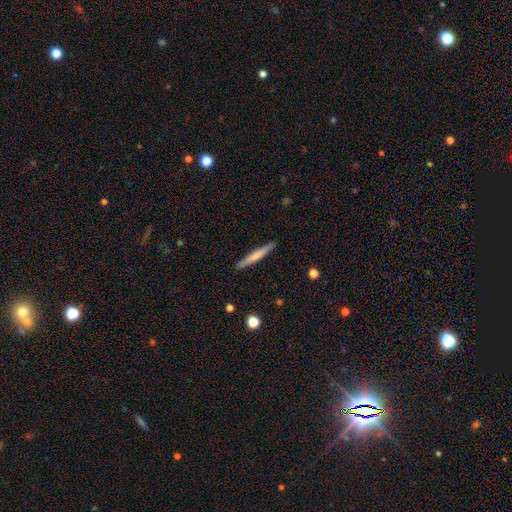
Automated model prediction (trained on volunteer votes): A smooth galaxy with no disk features (57%) that is cigar-shaped (96%).

Vote fractions:
- Smooth or featured? smooth: 57% / featured or disk: 38% / star or artifact: 5%
- How rounded? cigar-shaped: 96% / in between: 3% / round: 1%
- Merging? none: 90% / minor disturbance: 7% / major disturbance: 1% / merger: 1%